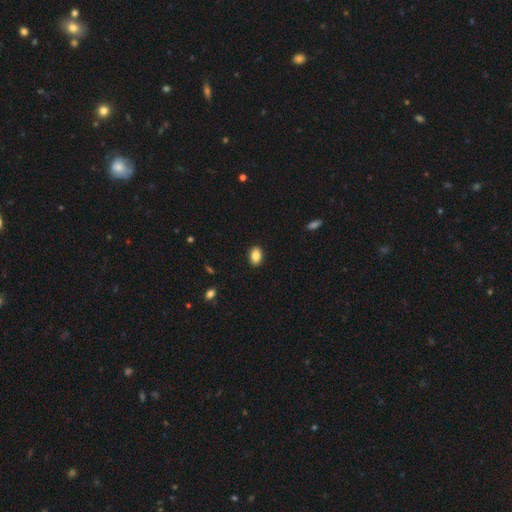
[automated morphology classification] type=smooth (86%); roundness=in between (84%); merging=none (90%).